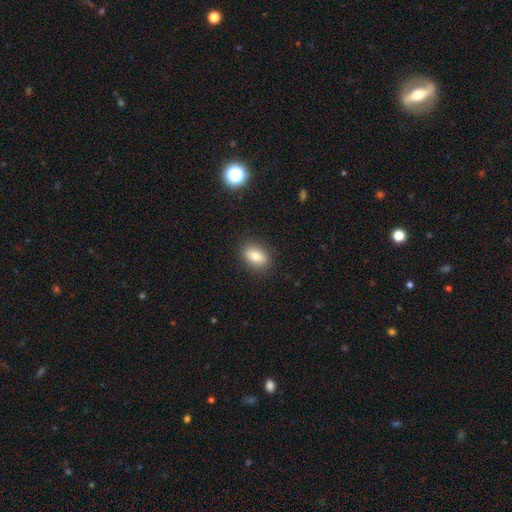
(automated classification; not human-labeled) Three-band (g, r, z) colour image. It shows a smooth galaxy with no disk features (82%) that is in between round and cigar-shaped (85%). Merging: none (88%).